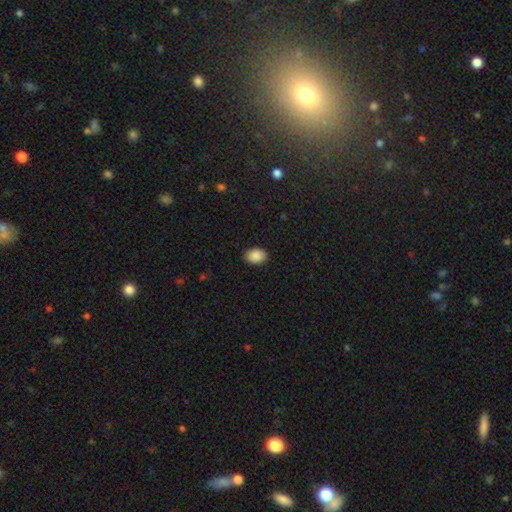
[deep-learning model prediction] smooth_or_featured: smooth (p=0.89) [alt: star or artifact p=0.08]
how_rounded: in between (p=0.77) [alt: round p=0.22]
merging: none (p=0.89) [alt: minor disturbance p=0.08]